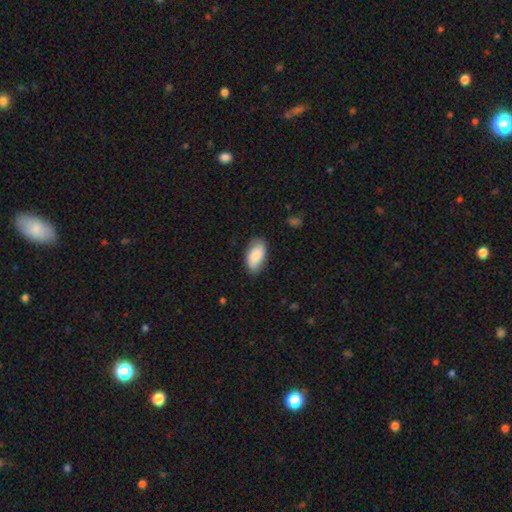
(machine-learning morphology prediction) Smooth or featured? Predicted: smooth (p=0.83). How rounded? Predicted: in between (p=0.94). Merging? Predicted: none (p=0.79).